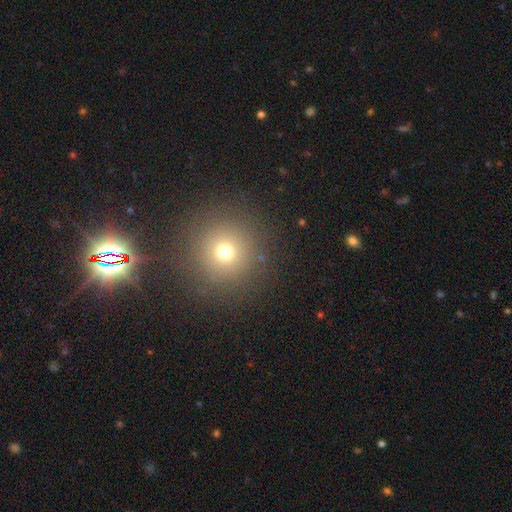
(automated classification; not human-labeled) Smooth or featured? Predicted: smooth (p=0.55). How rounded? Predicted: round (p=0.95). Merging? Predicted: none (p=0.90).